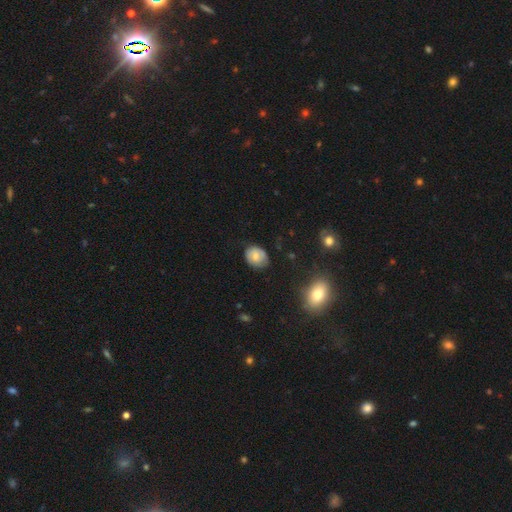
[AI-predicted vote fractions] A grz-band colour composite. It shows a smooth galaxy with no disk features (72%) that is in between round and cigar-shaped (50%). Merging: none (75%).